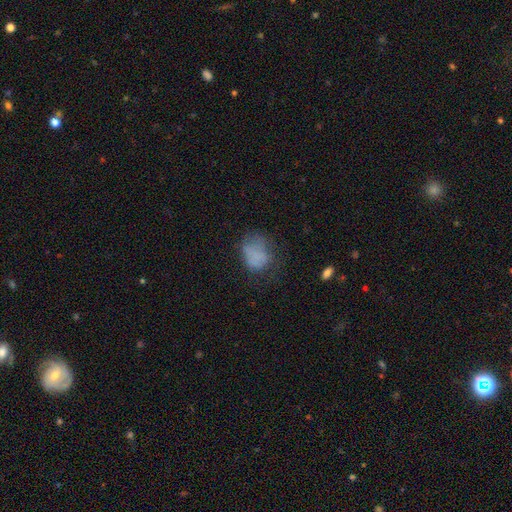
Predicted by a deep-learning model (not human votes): The model was most divided on "merging": none: 40%, major disturbance: 29%, minor disturbance: 28%, merger: 3%. More confident: smooth or featured — smooth (66%); how rounded — in between (58%).